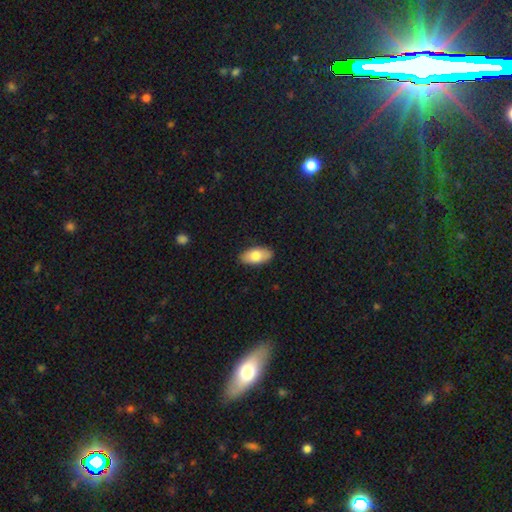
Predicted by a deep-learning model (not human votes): Smooth or featured: smooth — 78% (featured or disk — 16%)
How rounded: in between — 92% (cigar-shaped — 5%)
Merging: none — 89% (minor disturbance — 9%)